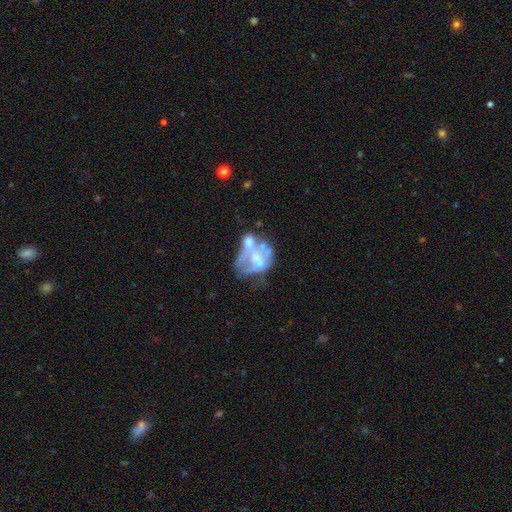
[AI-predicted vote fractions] Q: Smooth or featured?
A: featured or disk (65%); runner-up: smooth (23%)
Q: Edge-on disk?
A: no (98%); runner-up: yes (2%)
Q: Bar?
A: no (87%); runner-up: weak (10%)
Q: Spiral arms?
A: no (87%); runner-up: yes (13%)
Q: Bulge size?
A: none (37%); runner-up: small (29%)
Q: Merging?
A: merger (35%); runner-up: major disturbance (27%)